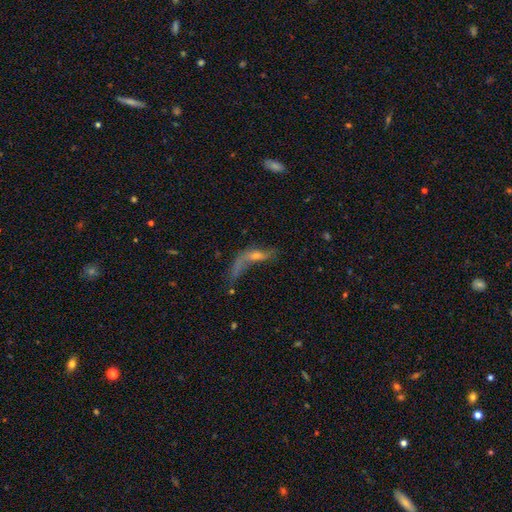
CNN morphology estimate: The model was most divided on "merging": major disturbance: 42%, none: 26%, minor disturbance: 16%, merger: 16%. More confident: edge-on disk — no (79%); smooth or featured — featured or disk (55%).